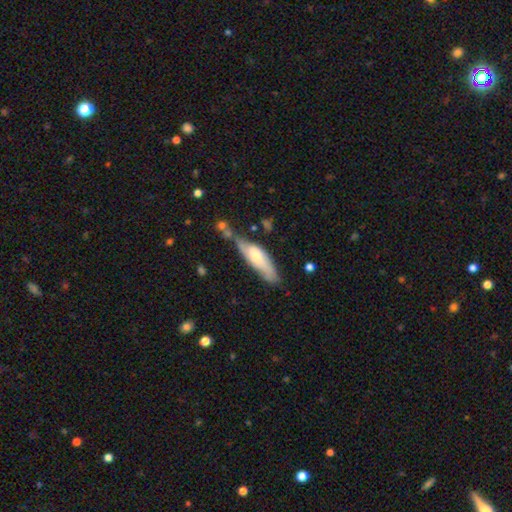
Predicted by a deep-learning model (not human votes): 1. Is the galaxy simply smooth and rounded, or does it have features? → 53% smooth, 41% featured or disk, 6% star or artifact.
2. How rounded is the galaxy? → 62% cigar-shaped, 36% in between, 2% round.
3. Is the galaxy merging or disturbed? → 48% none, 31% minor disturbance, 11% merger, 10% major disturbance.